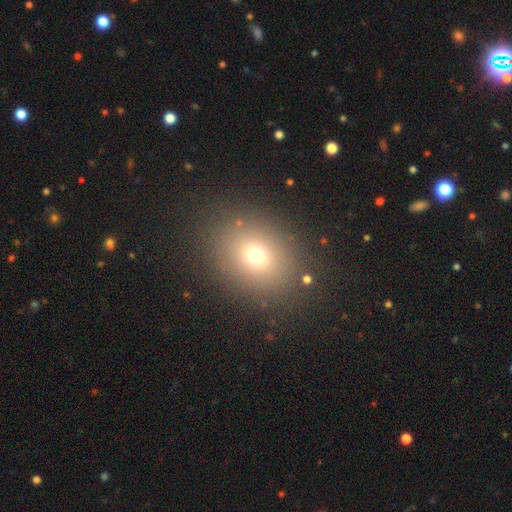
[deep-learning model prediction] A smooth galaxy with no disk features (69%) that is round (57%).

Vote fractions:
- Smooth or featured? smooth: 69% / star or artifact: 19% / featured or disk: 11%
- How rounded? round: 57% / in between: 42% / cigar-shaped: 1%
- Merging? none: 85% / minor disturbance: 8% / major disturbance: 5% / merger: 2%